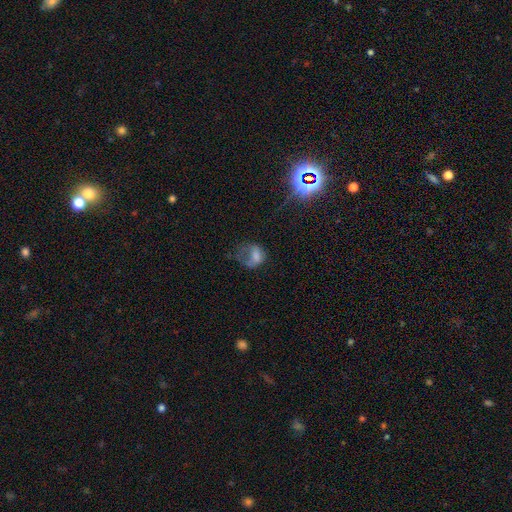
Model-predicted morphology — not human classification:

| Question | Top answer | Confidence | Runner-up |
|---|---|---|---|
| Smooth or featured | smooth | 54% | featured or disk (27%) |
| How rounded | in between | 65% | round (33%) |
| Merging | major disturbance | 50% | none (24%) |